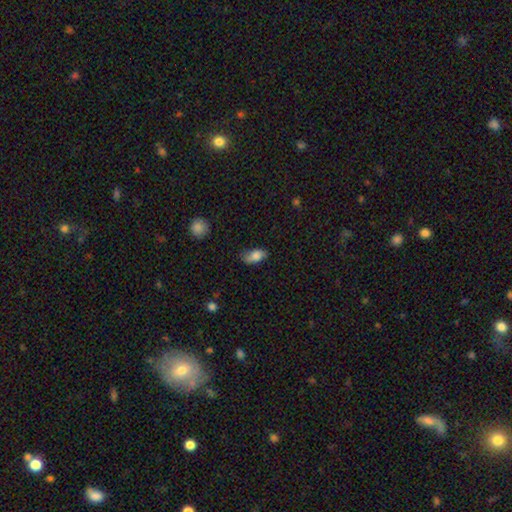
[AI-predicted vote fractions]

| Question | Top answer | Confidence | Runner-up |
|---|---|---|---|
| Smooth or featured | smooth | 74% | featured or disk (18%) |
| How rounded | in between | 87% | cigar-shaped (7%) |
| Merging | none | 65% | minor disturbance (26%) |